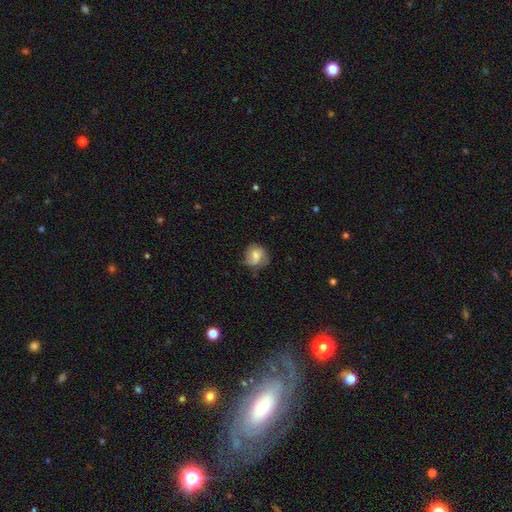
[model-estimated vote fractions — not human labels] smooth 64%, featured or disk 28%, star or artifact 8%. Down the decision tree: how rounded — round (75%); merging — none (59%).